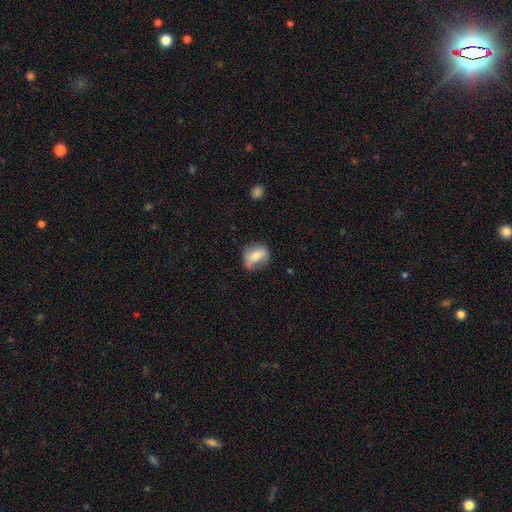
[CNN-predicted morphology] A smooth galaxy with no disk features (61%) that is in between round and cigar-shaped (53%). Merging: none (57%).